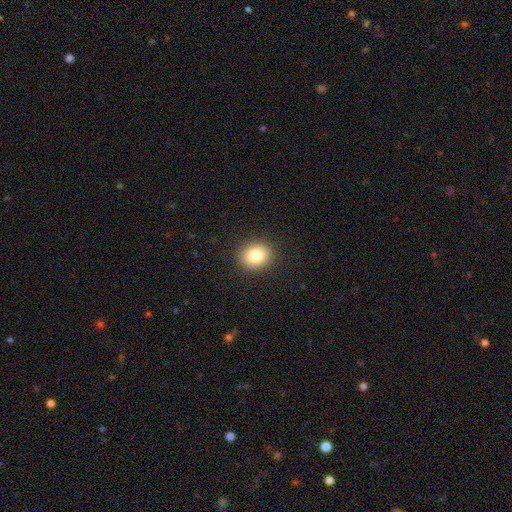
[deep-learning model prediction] A smooth galaxy with no disk features (83%) that is round (71%).

Vote fractions:
- Smooth or featured? smooth: 83% / star or artifact: 10% / featured or disk: 8%
- How rounded? round: 71% / in between: 28% / cigar-shaped: 1%
- Merging? none: 90% / minor disturbance: 7% / major disturbance: 2% / merger: 1%